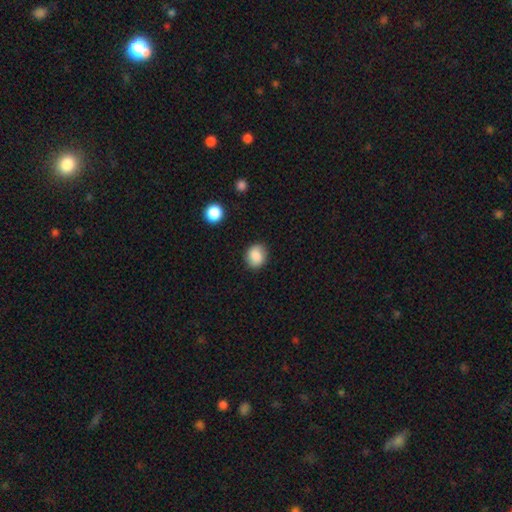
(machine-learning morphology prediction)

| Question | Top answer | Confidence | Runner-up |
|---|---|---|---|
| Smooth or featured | smooth | 86% | star or artifact (8%) |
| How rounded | round | 69% | in between (30%) |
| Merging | none | 84% | minor disturbance (11%) |